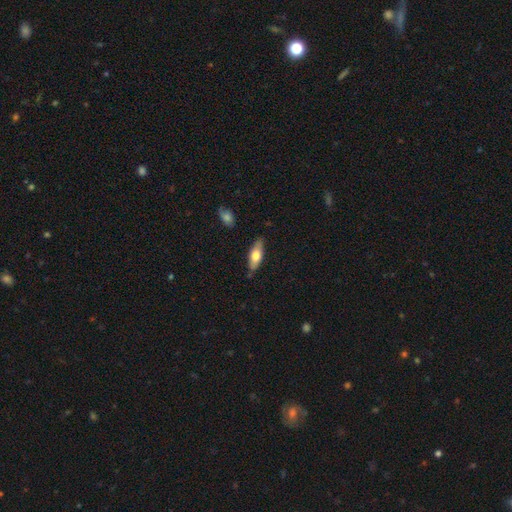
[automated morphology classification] Smooth or featured: smooth — 63% (featured or disk — 31%)
How rounded: in between — 65% (cigar-shaped — 32%)
Merging: none — 80% (minor disturbance — 15%)